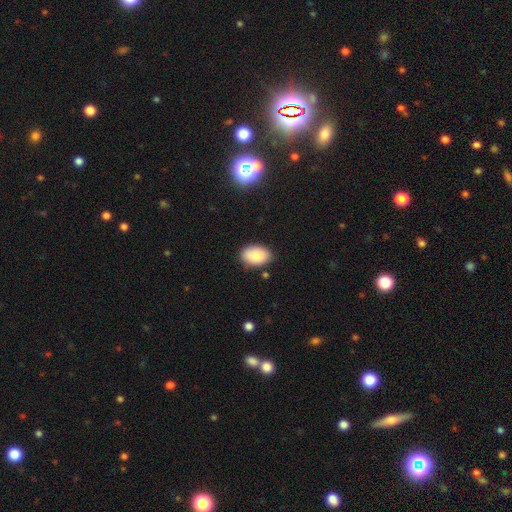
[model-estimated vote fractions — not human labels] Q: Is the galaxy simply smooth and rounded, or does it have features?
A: smooth — 87%.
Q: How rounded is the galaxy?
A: in between — 90%.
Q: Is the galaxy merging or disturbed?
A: none — 84%.